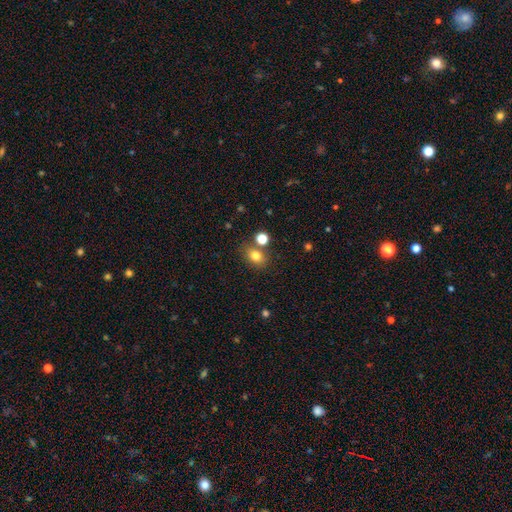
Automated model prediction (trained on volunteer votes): Smooth or featured: smooth — 78% (star or artifact — 13%)
How rounded: in between — 59% (round — 39%)
Merging: none — 69% (merger — 15%)